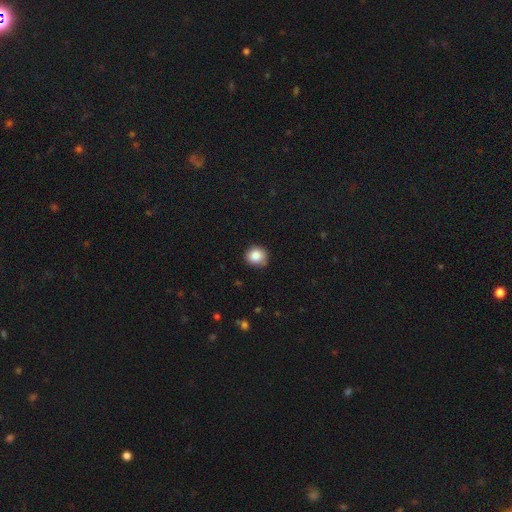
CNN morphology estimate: smooth_or_featured: smooth (p=0.86) [alt: star or artifact p=0.09]
how_rounded: round (p=0.88) [alt: in between p=0.11]
merging: none (p=0.82) [alt: minor disturbance p=0.14]